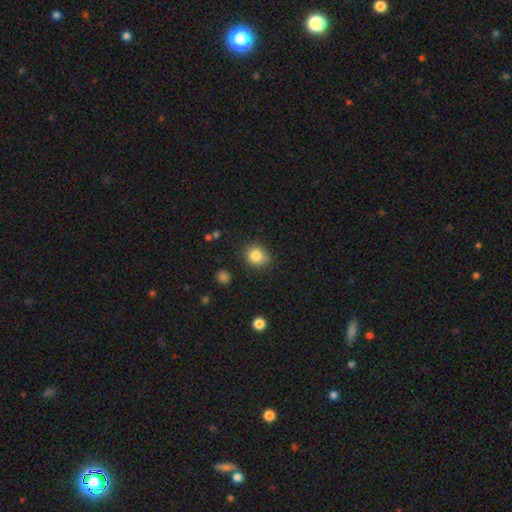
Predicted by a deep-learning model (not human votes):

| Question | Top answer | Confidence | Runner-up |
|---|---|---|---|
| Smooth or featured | smooth | 83% | star or artifact (11%) |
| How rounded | round | 83% | in between (16%) |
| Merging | none | 78% | minor disturbance (16%) |